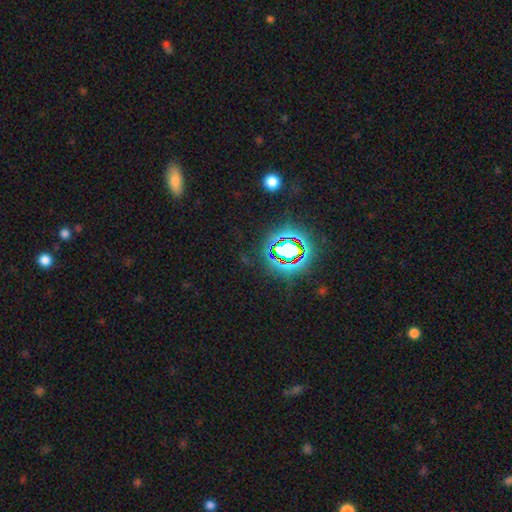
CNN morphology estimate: Q: Smooth or featured?
A: star or artifact (76%); runner-up: smooth (14%)